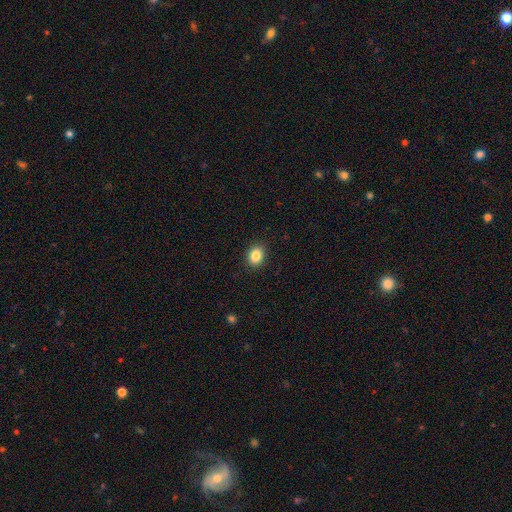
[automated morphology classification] smooth-or-featured: smooth: 86% | star or artifact: 9% | featured or disk: 5%
  how-rounded: in between: 56% | round: 43% | cigar-shaped: 1%
  merging: none: 90% | minor disturbance: 7% | major disturbance: 2% | merger: 1%